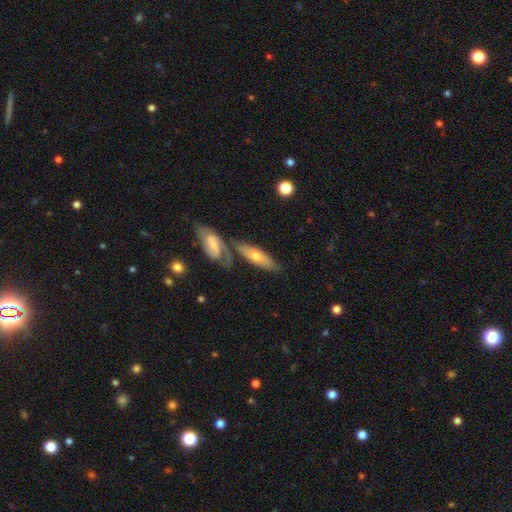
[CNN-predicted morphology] Smooth or featured?
  - featured or disk: 48% *
  - smooth: 46%
  - star or artifact: 6%
Merging?
  - none: 51% *
  - merger: 28%
  - minor disturbance: 15%
  - major disturbance: 6%